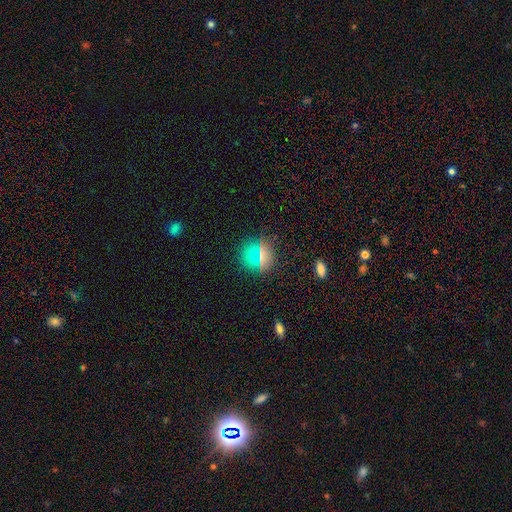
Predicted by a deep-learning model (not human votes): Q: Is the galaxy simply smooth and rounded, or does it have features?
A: smooth — 71%.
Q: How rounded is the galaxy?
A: round — 90%.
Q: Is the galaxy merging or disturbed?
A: none — 86%.